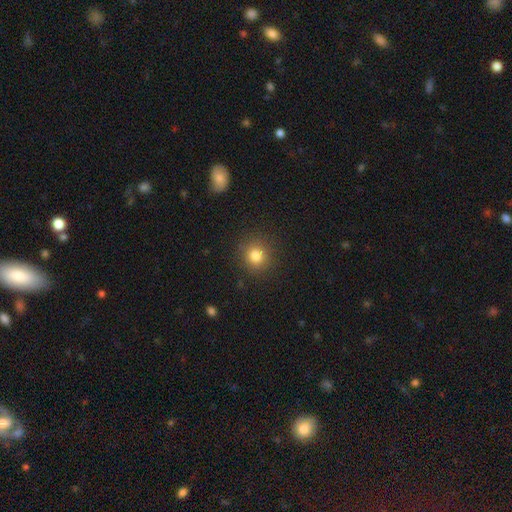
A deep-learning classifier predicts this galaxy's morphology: smooth_or_featured: smooth (p=0.81) [alt: star or artifact p=0.13]
how_rounded: round (p=0.90) [alt: in between p=0.09]
merging: none (p=0.88) [alt: minor disturbance p=0.08]